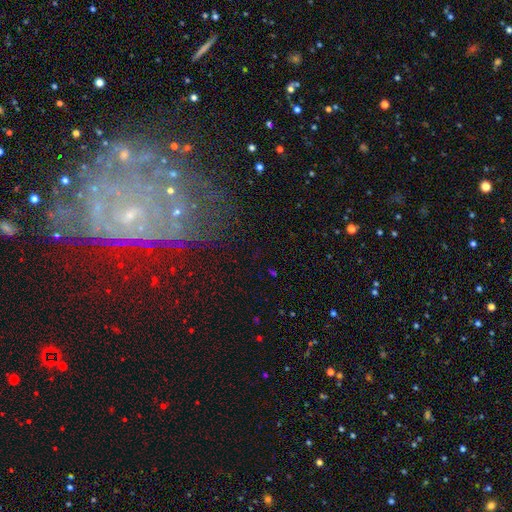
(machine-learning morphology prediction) smooth-or-featured: star or artifact: 64% | smooth: 23% | featured or disk: 13%